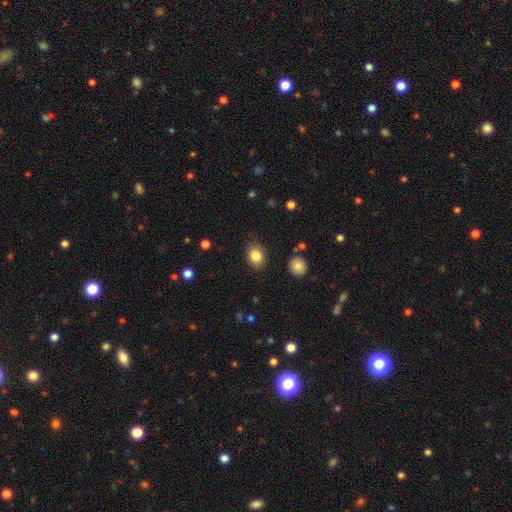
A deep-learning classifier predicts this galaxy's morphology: The model was most divided on "how rounded": in between: 64%, round: 35%, cigar-shaped: 1%. More confident: smooth or featured — smooth (84%); merging — none (82%).